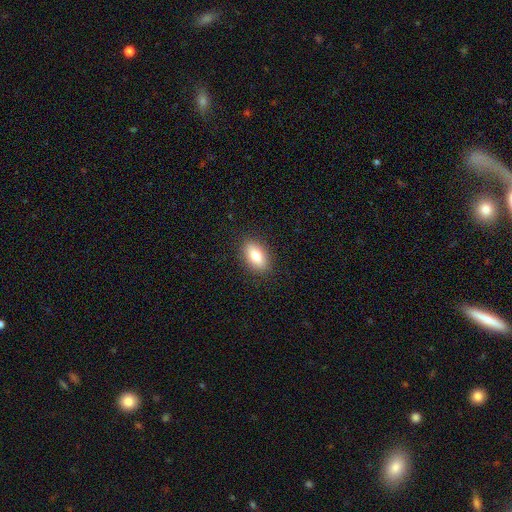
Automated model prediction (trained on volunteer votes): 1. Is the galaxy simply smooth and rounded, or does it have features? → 80% smooth, 13% featured or disk, 8% star or artifact.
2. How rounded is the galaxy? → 89% in between, 6% round, 5% cigar-shaped.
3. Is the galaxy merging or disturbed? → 88% none, 8% minor disturbance, 2% major disturbance, 1% merger.